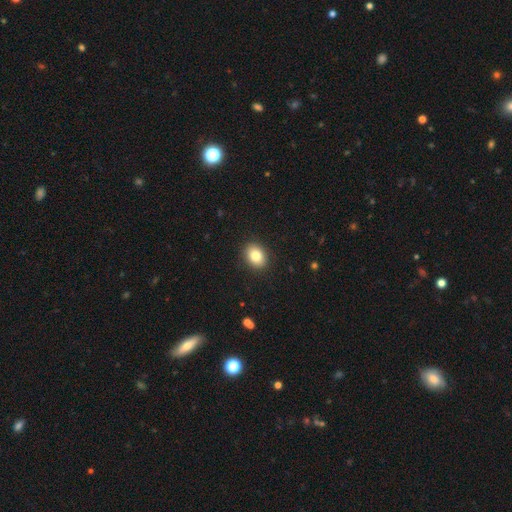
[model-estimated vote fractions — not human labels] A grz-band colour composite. It shows a smooth galaxy with no disk features (83%) that is in between round and cigar-shaped (66%). Merging: none (90%).